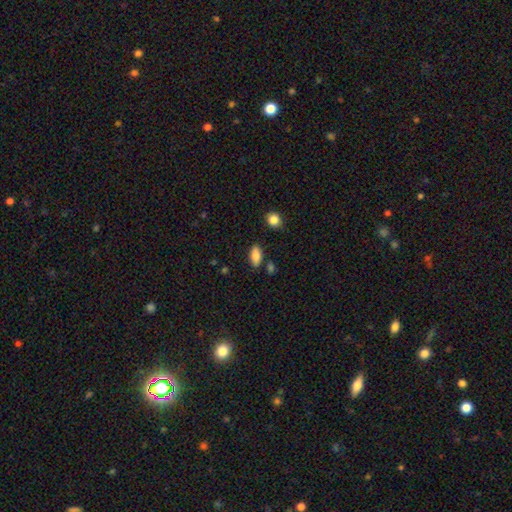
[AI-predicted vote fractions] This is clearly a smooth galaxy (83%). How rounded: clearly in between (89%). Merging: clearly none (83%).